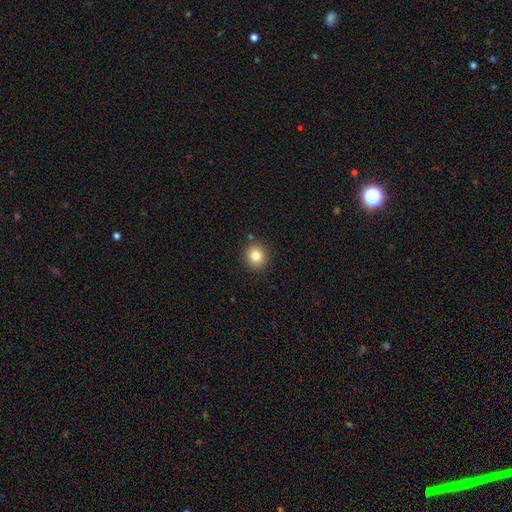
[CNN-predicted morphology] smooth-or-featured: smooth: 83% | star or artifact: 10% | featured or disk: 6%
  how-rounded: round: 88% | in between: 11% | cigar-shaped: 1%
  merging: none: 89% | minor disturbance: 7% | merger: 2% | major disturbance: 2%